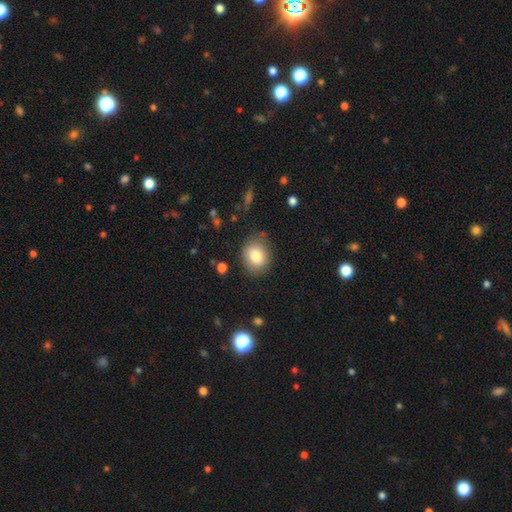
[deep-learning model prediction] Smooth or featured?
  - smooth: 82% *
  - featured or disk: 9%
  - star or artifact: 9%
How rounded?
  - round: 56% *
  - in between: 43%
  - cigar-shaped: 1%
Merging?
  - none: 81% *
  - minor disturbance: 13%
  - major disturbance: 4%
  - merger: 2%